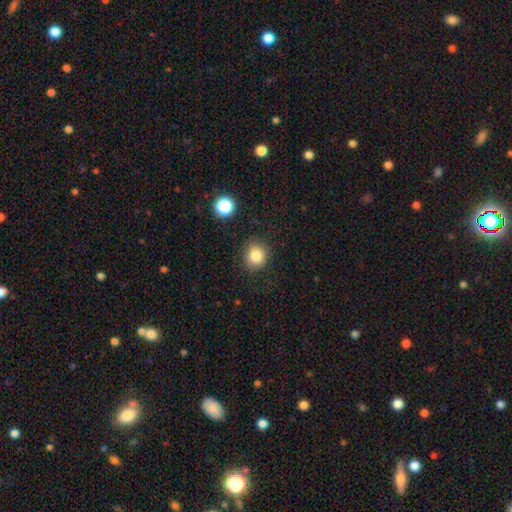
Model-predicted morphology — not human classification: Smooth or featured? smooth (82%)
How rounded? round (82%)
Merging? none (84%)